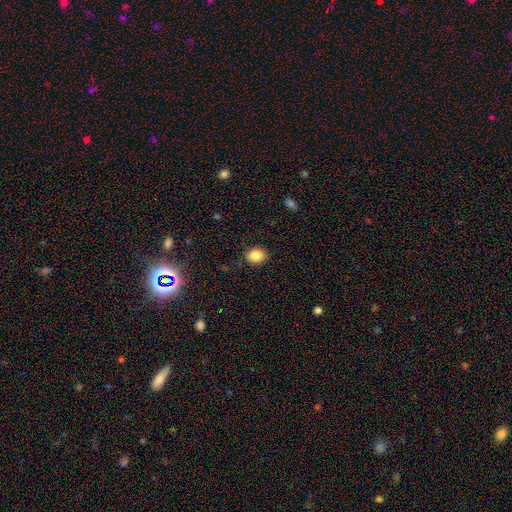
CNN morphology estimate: Smooth or featured? Predicted: smooth (p=0.86). How rounded? Predicted: in between (p=0.52). Merging? Predicted: none (p=0.88).